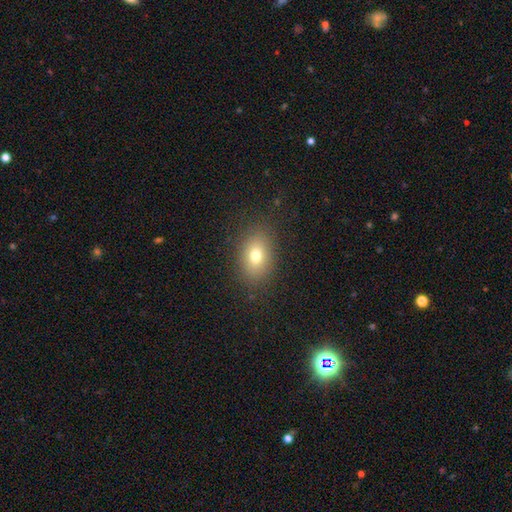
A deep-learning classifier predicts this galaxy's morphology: Q: Smooth or featured?
A: smooth (74%); runner-up: featured or disk (13%)
Q: How rounded?
A: in between (77%); runner-up: round (22%)
Q: Merging?
A: none (85%); runner-up: minor disturbance (10%)